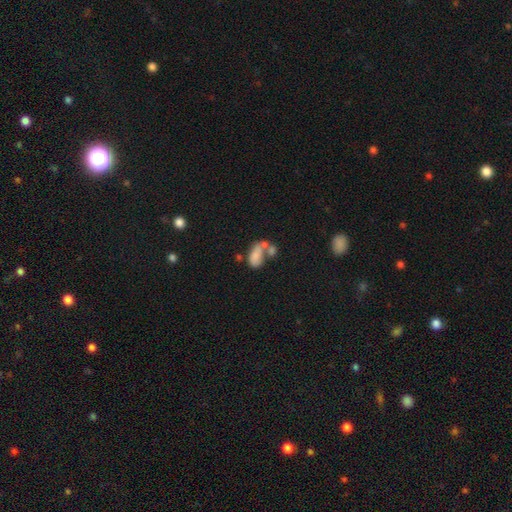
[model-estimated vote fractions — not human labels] Overall: smooth (70%). How rounded: in between (90%). Merging: merger (54%; none 20%).